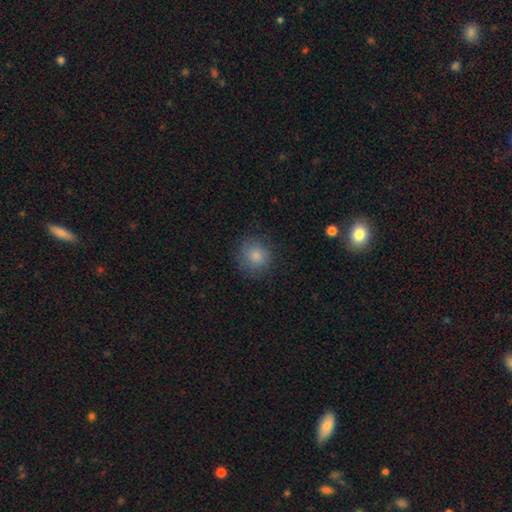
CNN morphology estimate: The model was most divided on "merging": none: 82%, minor disturbance: 13%, major disturbance: 5%, merger: 1%. More confident: how rounded — round (90%); smooth or featured — smooth (83%).